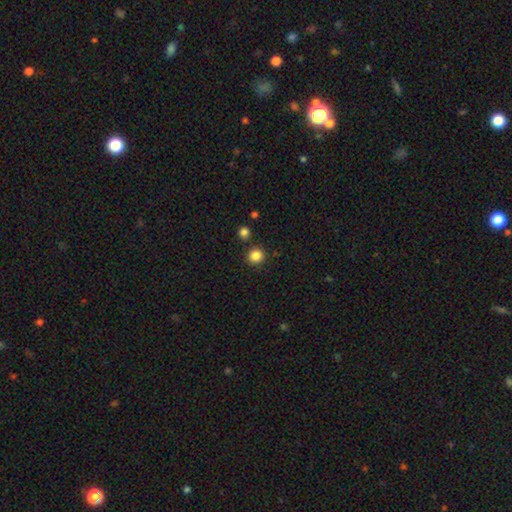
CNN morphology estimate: smooth_or_featured: smooth (p=0.85) [alt: star or artifact p=0.12]
how_rounded: round (p=0.91) [alt: in between p=0.08]
merging: none (p=0.87) [alt: minor disturbance p=0.06]